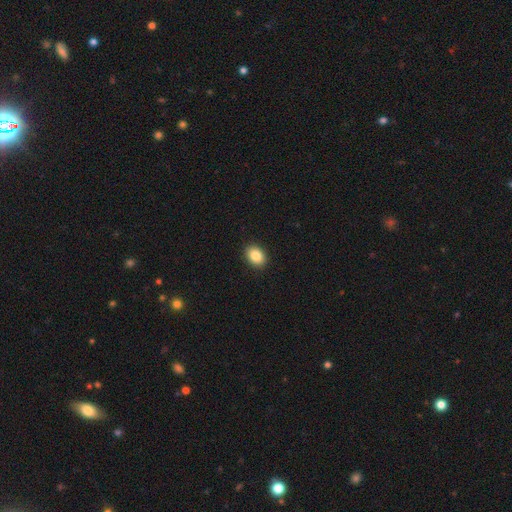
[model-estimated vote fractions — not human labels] smooth 87%, star or artifact 8%, featured or disk 5%. Down the decision tree: how rounded — in between (73%); merging — none (91%).